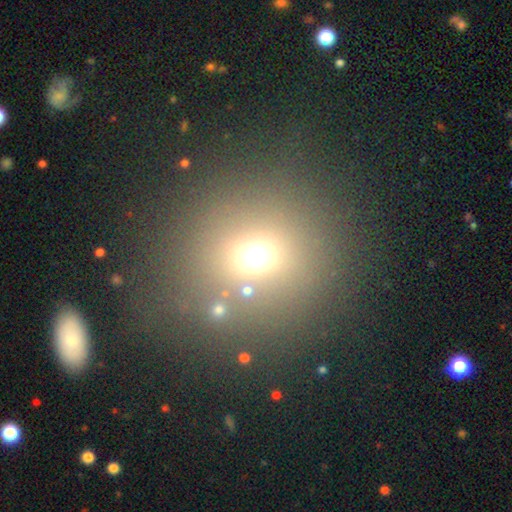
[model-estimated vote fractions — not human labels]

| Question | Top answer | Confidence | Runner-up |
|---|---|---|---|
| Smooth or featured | smooth | 63% | star or artifact (26%) |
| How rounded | round | 87% | in between (12%) |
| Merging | none | 75% | minor disturbance (10%) |